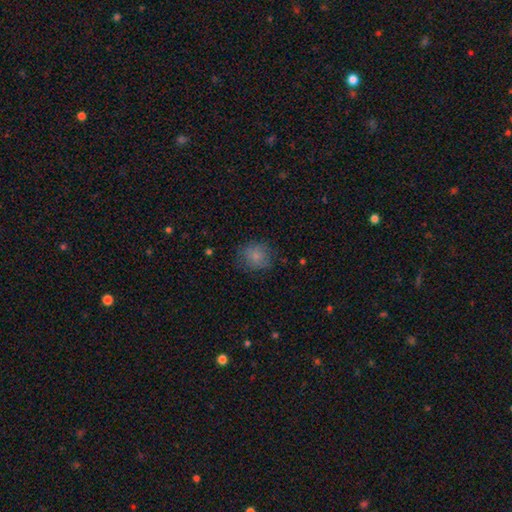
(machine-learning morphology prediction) A smooth galaxy with no disk features (80%) that is round (79%).

Vote fractions:
- Smooth or featured? smooth: 80% / star or artifact: 10% / featured or disk: 9%
- How rounded? round: 79% / in between: 20% / cigar-shaped: 1%
- Merging? none: 76% / minor disturbance: 17% / major disturbance: 6% / merger: 1%